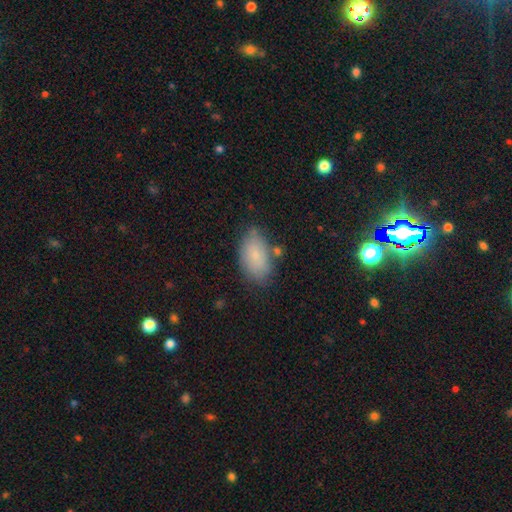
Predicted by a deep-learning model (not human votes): Overall: smooth (79%). How rounded: in between (93%). Merging: none (71%).